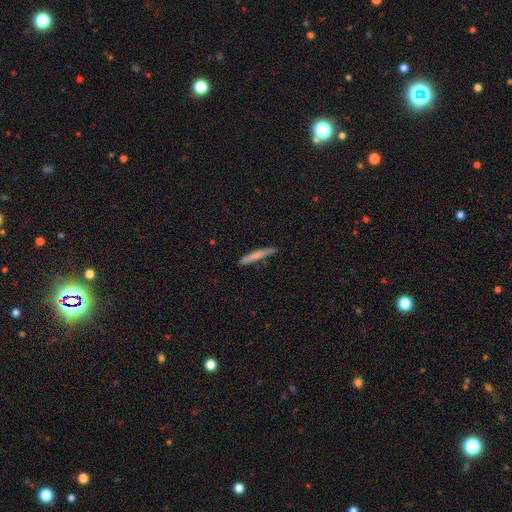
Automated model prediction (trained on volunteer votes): Smooth or featured? Predicted: smooth (p=0.72). How rounded? Predicted: cigar-shaped (p=0.95). Merging? Predicted: none (p=0.81).